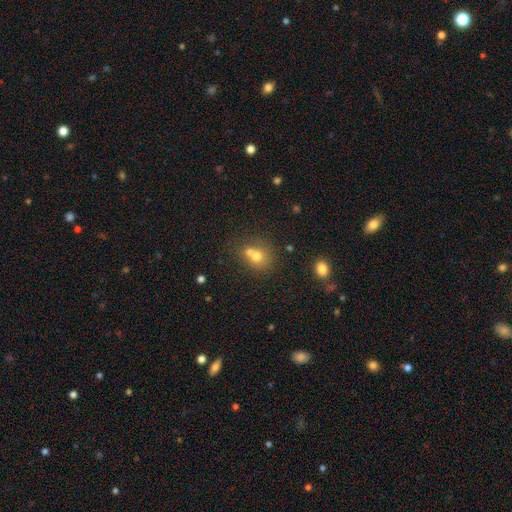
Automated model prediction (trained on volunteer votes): smooth_or_featured: smooth (p=0.68) [alt: featured or disk p=0.17]
how_rounded: round (p=0.72) [alt: in between p=0.28]
merging: merger (p=0.47) [alt: none p=0.40]